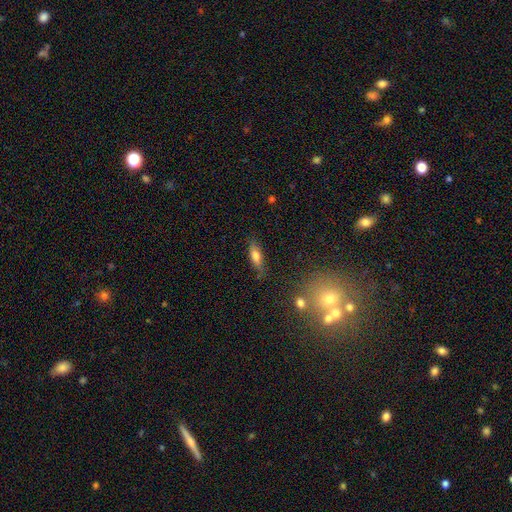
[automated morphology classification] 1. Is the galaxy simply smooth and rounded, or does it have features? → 66% smooth, 26% featured or disk, 8% star or artifact.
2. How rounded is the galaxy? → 51% cigar-shaped, 46% in between, 3% round.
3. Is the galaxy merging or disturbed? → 81% none, 13% minor disturbance, 3% major disturbance, 2% merger.